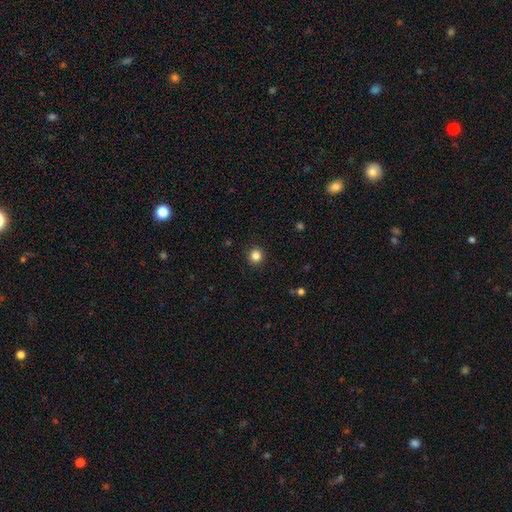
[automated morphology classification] This is clearly a smooth galaxy (83%). How rounded: clearly round (94%). Merging: clearly none (92%).